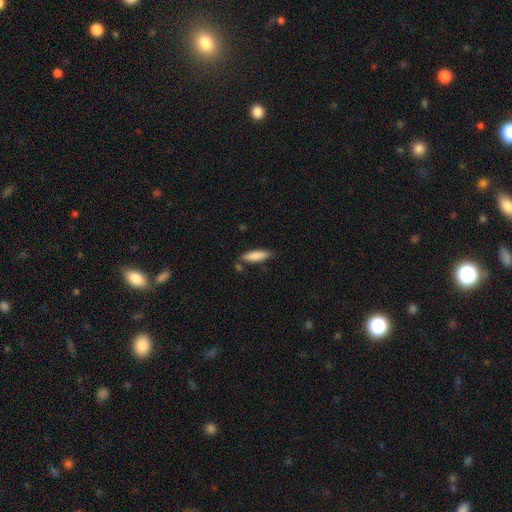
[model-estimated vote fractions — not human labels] Smooth or featured? smooth (86%)
How rounded? cigar-shaped (57%)
Merging? none (76%)